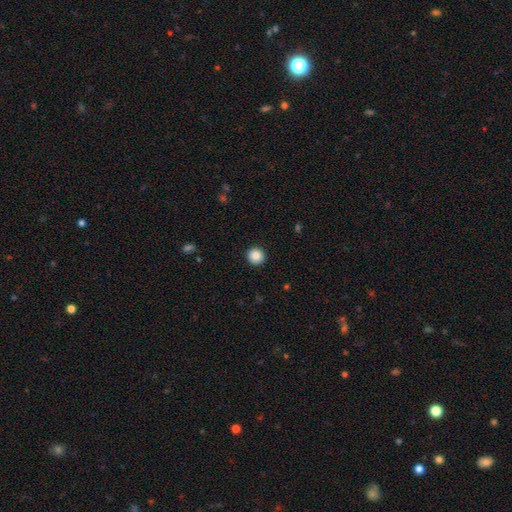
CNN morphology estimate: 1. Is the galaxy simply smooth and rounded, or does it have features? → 87% smooth, 9% star or artifact, 4% featured or disk.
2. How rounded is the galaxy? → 95% round, 4% in between, 1% cigar-shaped.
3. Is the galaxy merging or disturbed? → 93% none, 5% minor disturbance, 2% major disturbance, 1% merger.